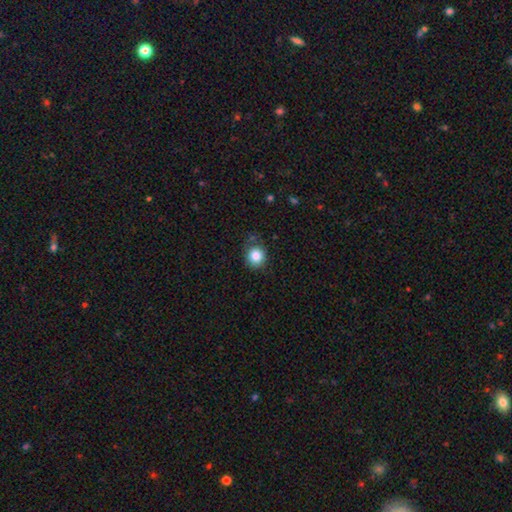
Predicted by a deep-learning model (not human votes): A smooth galaxy with no disk features (85%) that is round (83%). Merging: none (78%).